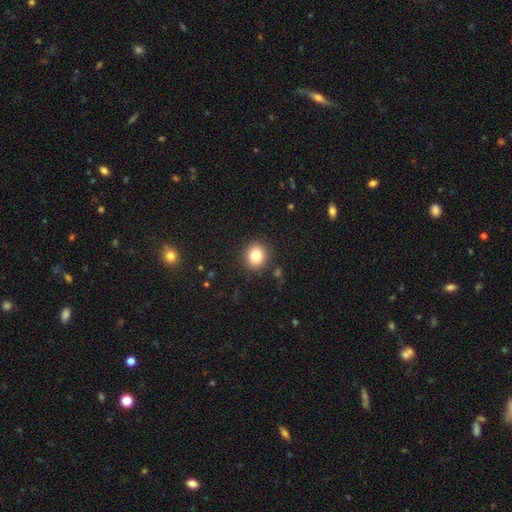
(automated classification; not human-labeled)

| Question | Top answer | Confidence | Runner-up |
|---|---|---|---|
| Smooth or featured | smooth | 82% | star or artifact (11%) |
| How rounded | round | 84% | in between (15%) |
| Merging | none | 89% | minor disturbance (7%) |